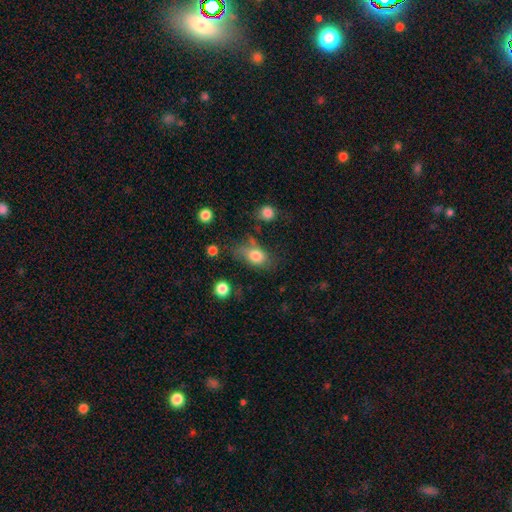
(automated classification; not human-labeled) Morphology: type=smooth (79%); roundness=in between (74%); merging=none (48%).